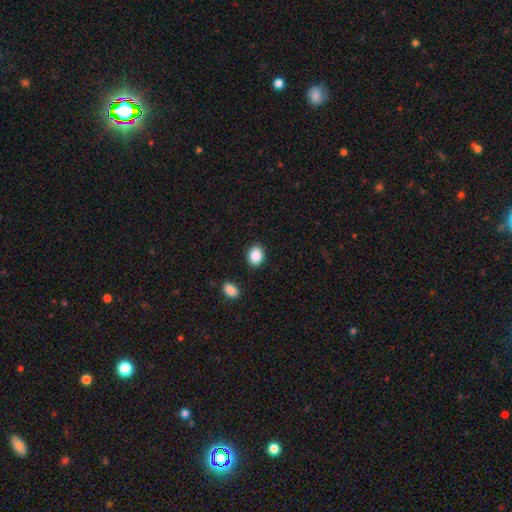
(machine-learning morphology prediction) Smooth or featured? smooth (88%)
How rounded? in between (55%)
Merging? none (87%)